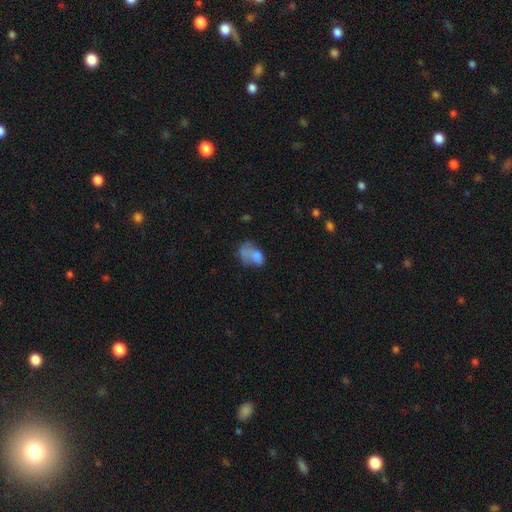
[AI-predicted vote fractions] smooth-or-featured: smooth: 65% | featured or disk: 23% | star or artifact: 12%
  how-rounded: in between: 81% | round: 17% | cigar-shaped: 2%
  merging: major disturbance: 32% | merger: 30% | none: 20% | minor disturbance: 19%